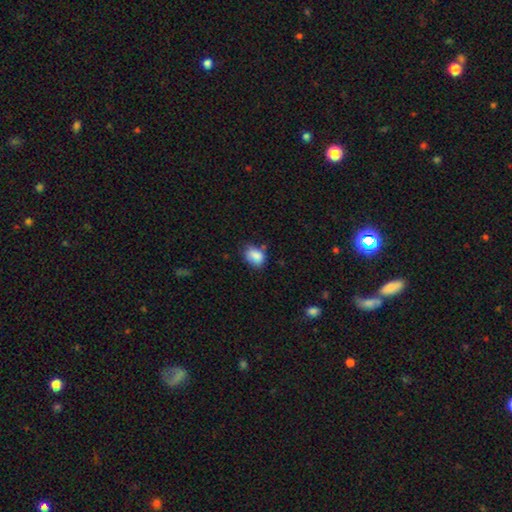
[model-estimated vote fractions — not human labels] Smooth or featured: smooth — 86% (star or artifact — 8%)
How rounded: in between — 71% (round — 28%)
Merging: none — 62% (minor disturbance — 27%)